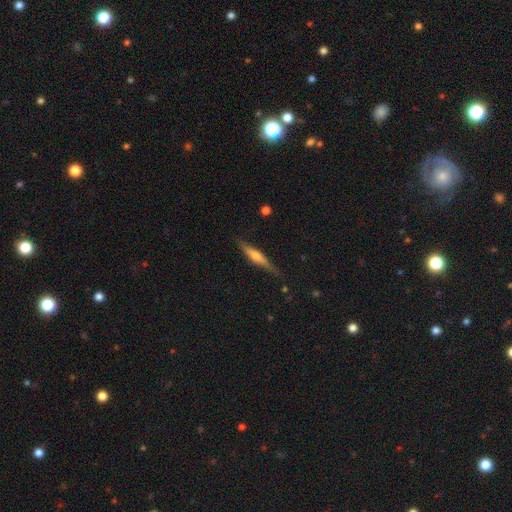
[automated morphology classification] Q: Smooth or featured?
A: featured or disk (58%); runner-up: smooth (36%)
Q: Edge-on disk?
A: yes (95%); runner-up: no (5%)
Q: Edge-on bulge?
A: rounded (82%); runner-up: none (10%)
Q: Merging?
A: none (83%); runner-up: minor disturbance (13%)